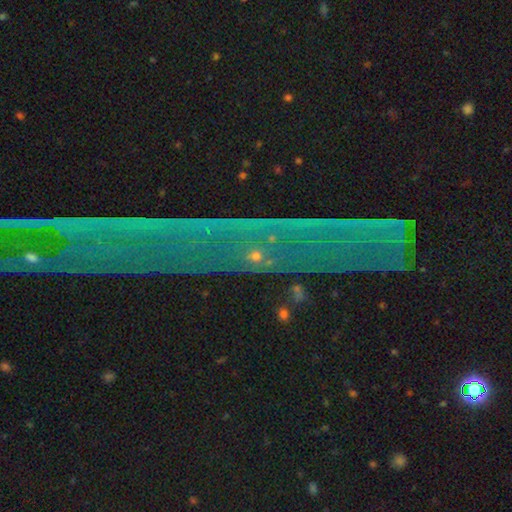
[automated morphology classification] The model was most divided on "smooth or featured": star or artifact: 66%, featured or disk: 19%, smooth: 15%.